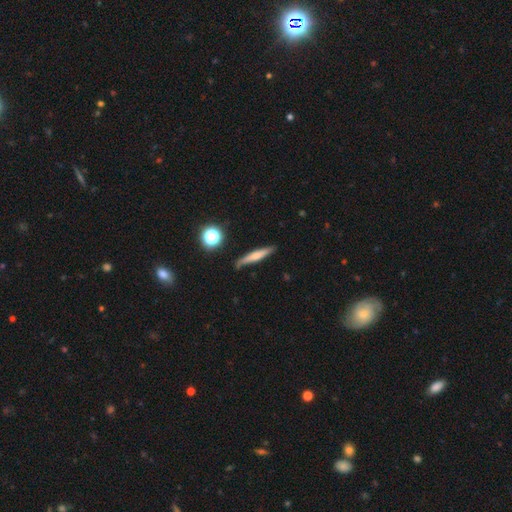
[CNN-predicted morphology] smooth-or-featured: smooth: 56% | featured or disk: 35% | star or artifact: 9%
  how-rounded: cigar-shaped: 89% | in between: 8% | round: 3%
  merging: none: 78% | minor disturbance: 16% | major disturbance: 3% | merger: 3%